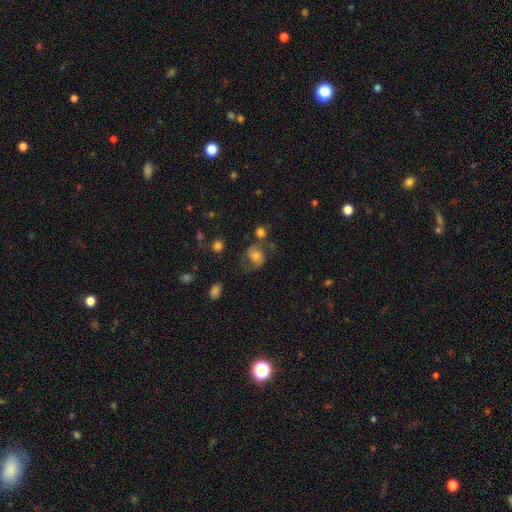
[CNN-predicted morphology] type=featured or disk (48%); merging=none (50%).